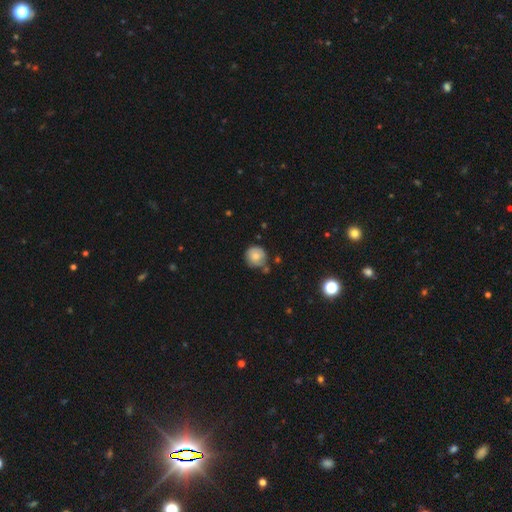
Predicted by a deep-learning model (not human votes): Q: Smooth or featured?
A: smooth (76%); runner-up: featured or disk (16%)
Q: How rounded?
A: round (93%); runner-up: in between (6%)
Q: Merging?
A: none (68%); runner-up: minor disturbance (20%)